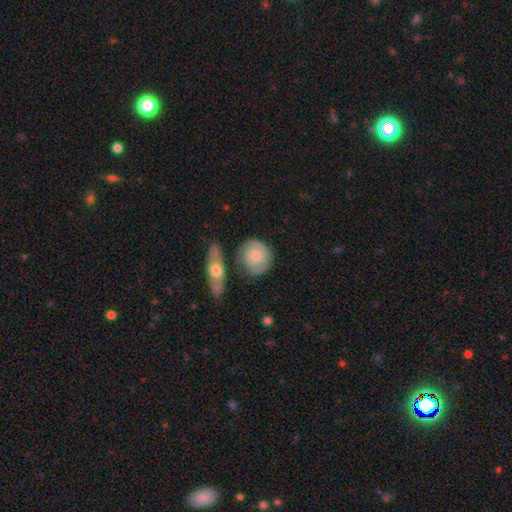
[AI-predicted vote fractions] A featured or disk galaxy (64%) with no bar (75%), 2 (68%) tight (65%) spiral arms (89%) and a small central bulge (48%).

Vote fractions:
- Smooth or featured? featured or disk: 64% / smooth: 31% / star or artifact: 5%
- Edge-on disk? no: 95% / yes: 5%
- Bar? no: 75% / weak: 21% / strong: 4%
- Spiral arms? yes: 89% / no: 11%
- Spiral winding? tight: 65% / medium: 27% / loose: 8%
- Spiral arm count? 2: 68% / can't tell: 16% / 3: 7% / 1: 5% / 4: 2% / more than 4: 2%
- Bulge size? small: 48% / moderate: 38% / none: 8% / large: 5% / dominant: 2%
- Merging? none: 71% / minor disturbance: 16% / merger: 8% / major disturbance: 5%